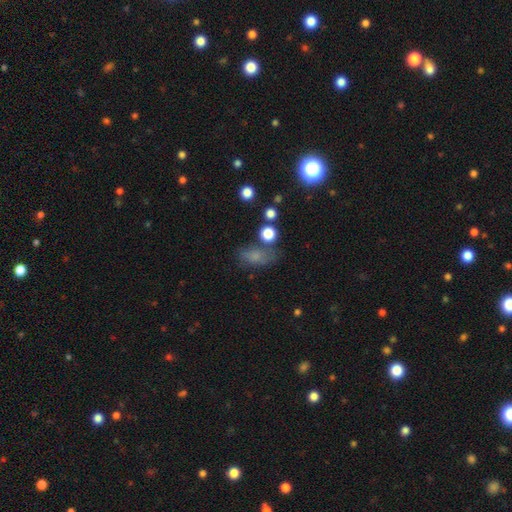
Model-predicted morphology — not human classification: smooth-or-featured: smooth: 65% | star or artifact: 19% | featured or disk: 15%
  how-rounded: in between: 75% | round: 17% | cigar-shaped: 9%
  merging: none: 58% | minor disturbance: 22% | major disturbance: 12% | merger: 8%